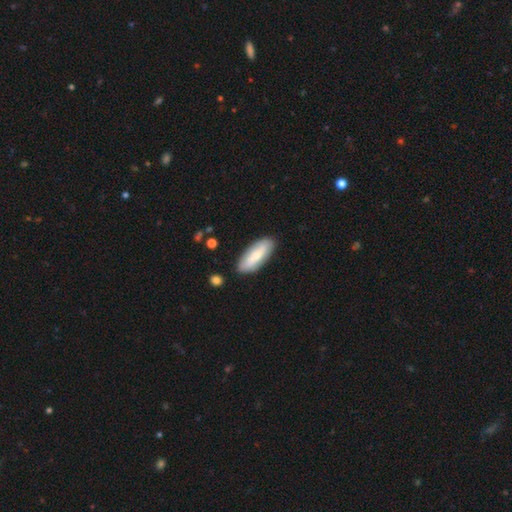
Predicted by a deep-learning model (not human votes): This appears to be a smooth galaxy with no disk features (65%) that is in between round and cigar-shaped (73%). Merging: none (86%).